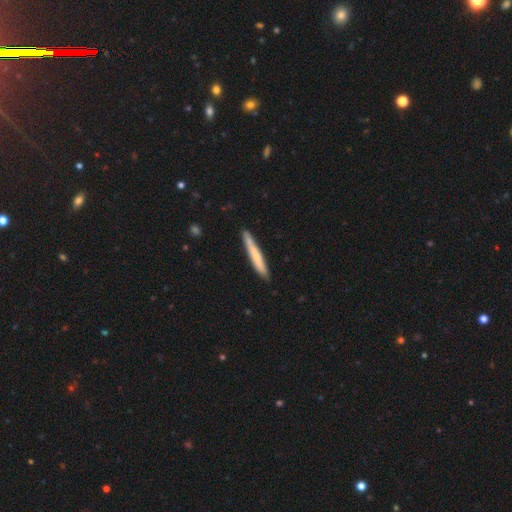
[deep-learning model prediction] smooth 65%, featured or disk 30%, star or artifact 5%. Down the decision tree: how rounded — cigar-shaped (96%); merging — none (82%).